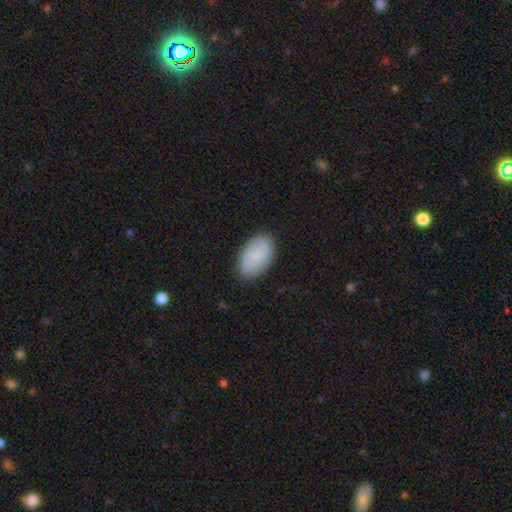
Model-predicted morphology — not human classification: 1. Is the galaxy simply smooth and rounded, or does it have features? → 71% smooth, 22% featured or disk, 7% star or artifact.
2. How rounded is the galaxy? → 93% in between, 6% round, 2% cigar-shaped.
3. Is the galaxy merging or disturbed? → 86% none, 10% minor disturbance, 2% major disturbance, 1% merger.